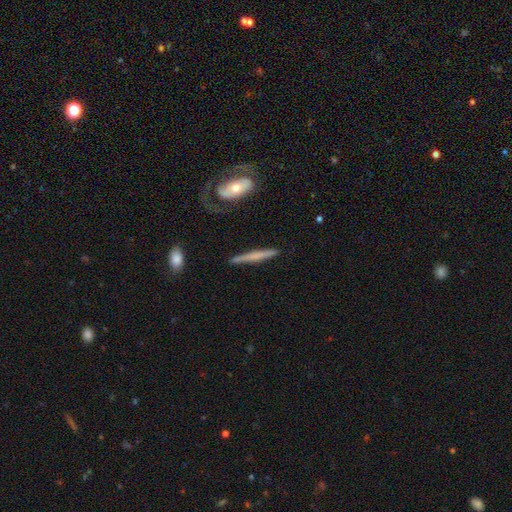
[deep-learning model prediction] A featured or disk galaxy (51%) viewed edge-on (91%). Merging: none (83%).